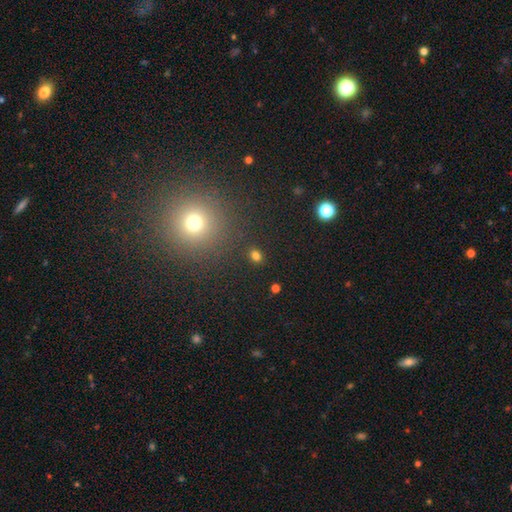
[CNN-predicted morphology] This is likely a smooth galaxy (77%). How rounded: possibly in between (56%). Merging: clearly none (85%).